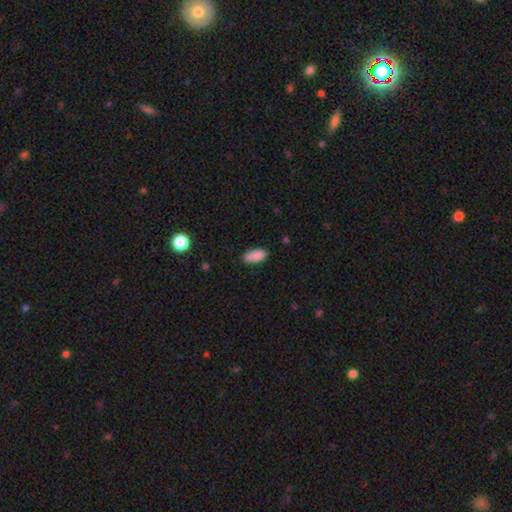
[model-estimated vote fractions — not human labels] A smooth galaxy with no disk features (89%) that is in between round and cigar-shaped (89%).

Vote fractions:
- Smooth or featured? smooth: 89% / star or artifact: 7% / featured or disk: 4%
- How rounded? in between: 89% / cigar-shaped: 9% / round: 2%
- Merging? none: 83% / minor disturbance: 13% / major disturbance: 2% / merger: 1%